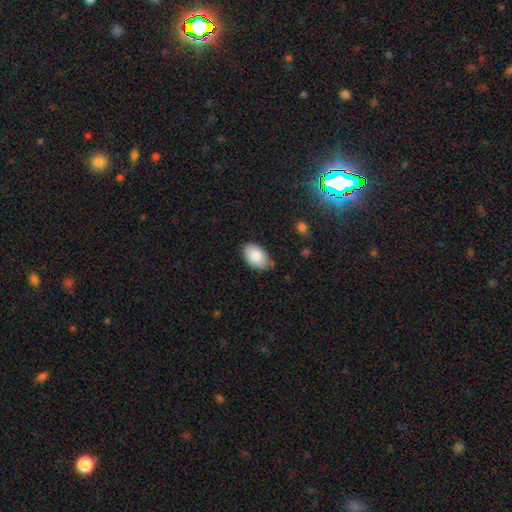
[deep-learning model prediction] Smooth or featured? smooth (86%)
How rounded? in between (92%)
Merging? none (74%)